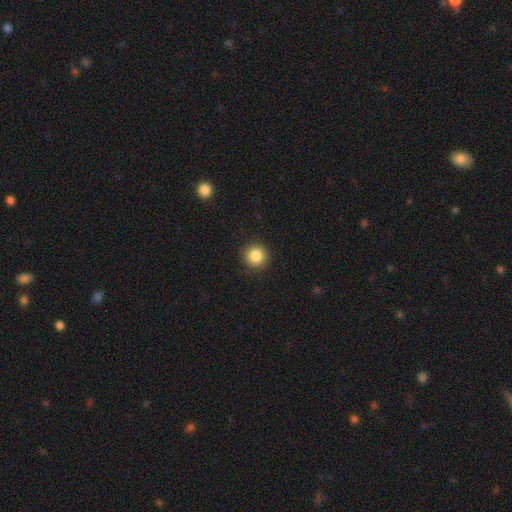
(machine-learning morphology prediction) Q: Smooth or featured?
A: smooth (85%); runner-up: star or artifact (10%)
Q: How rounded?
A: round (95%); runner-up: in between (4%)
Q: Merging?
A: none (92%); runner-up: minor disturbance (5%)